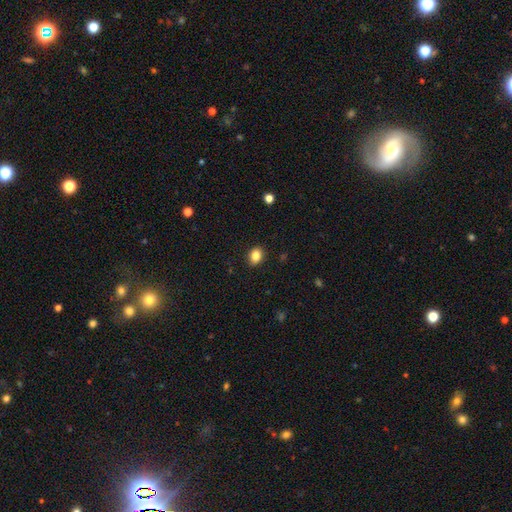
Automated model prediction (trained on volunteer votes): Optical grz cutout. It shows a smooth galaxy with no disk features (86%) that is in between round and cigar-shaped (61%). Merging: none (89%).